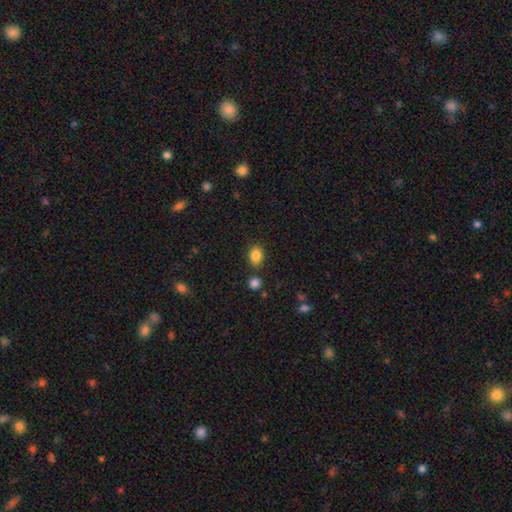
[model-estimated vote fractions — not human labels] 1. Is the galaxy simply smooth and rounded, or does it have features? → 85% smooth, 10% star or artifact, 5% featured or disk.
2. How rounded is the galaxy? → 61% in between, 38% round, 1% cigar-shaped.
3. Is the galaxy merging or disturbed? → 80% none, 11% minor disturbance, 6% merger, 3% major disturbance.